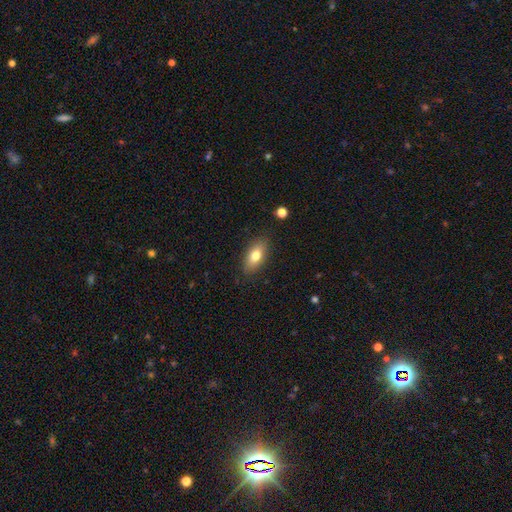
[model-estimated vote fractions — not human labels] smooth-or-featured: smooth: 74% | featured or disk: 18% | star or artifact: 8%
  how-rounded: in between: 82% | cigar-shaped: 13% | round: 5%
  merging: none: 86% | minor disturbance: 10% | major disturbance: 3% | merger: 1%